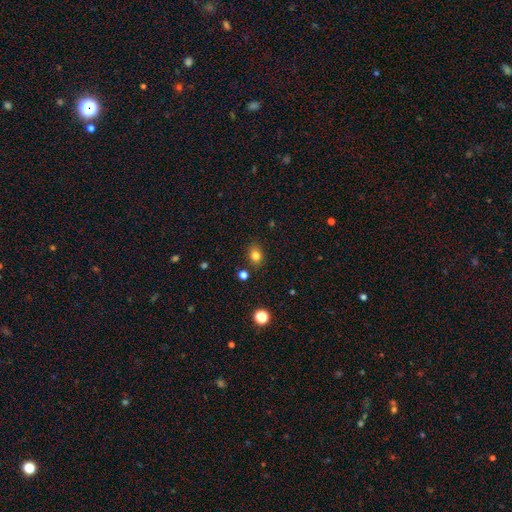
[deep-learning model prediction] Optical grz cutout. It shows a smooth galaxy with no disk features (81%) that is in between round and cigar-shaped (56%). Merging: none (82%).